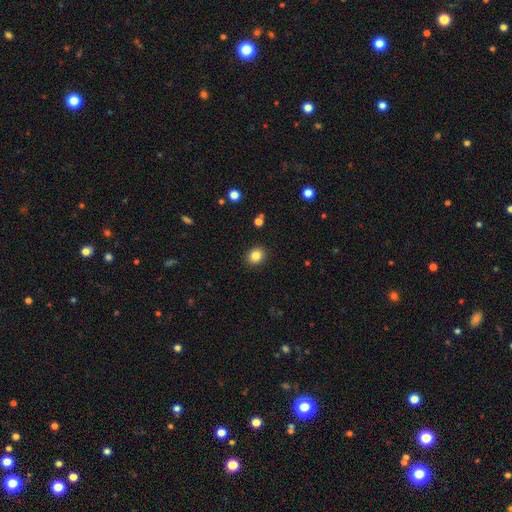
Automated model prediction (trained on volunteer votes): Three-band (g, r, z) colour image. It shows a smooth galaxy with no disk features (84%) that is round (70%). Merging: none (91%).